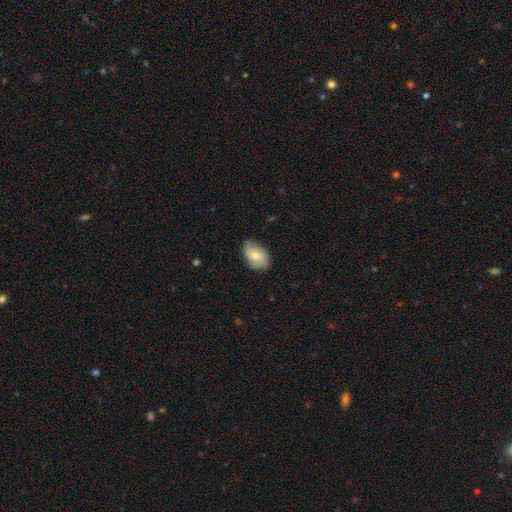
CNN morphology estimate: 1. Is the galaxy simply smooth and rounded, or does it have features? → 72% smooth, 22% featured or disk, 7% star or artifact.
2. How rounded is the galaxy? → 88% in between, 11% round, 1% cigar-shaped.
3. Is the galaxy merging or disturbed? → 78% none, 17% minor disturbance, 3% major disturbance, 1% merger.